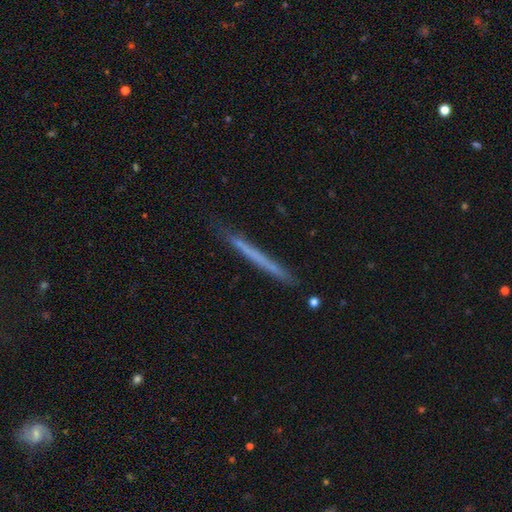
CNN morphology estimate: The model was most divided on "smooth or featured": smooth: 51%, featured or disk: 42%, star or artifact: 7%. More confident: how rounded — cigar-shaped (97%); merging — none (86%).